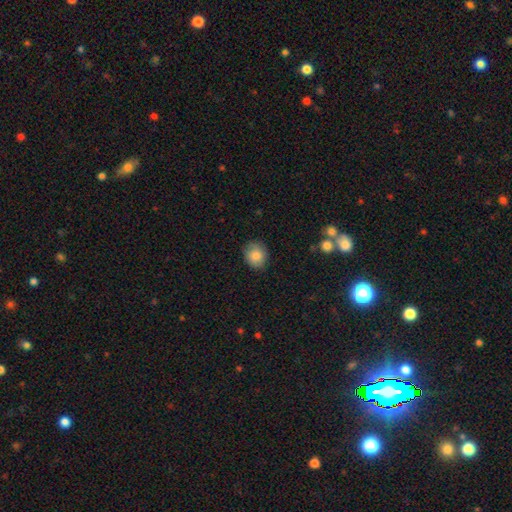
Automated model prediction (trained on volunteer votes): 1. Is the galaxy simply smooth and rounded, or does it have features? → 82% smooth, 10% featured or disk, 8% star or artifact.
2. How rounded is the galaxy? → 66% round, 33% in between, 1% cigar-shaped.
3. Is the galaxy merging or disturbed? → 82% none, 14% minor disturbance, 3% major disturbance, 1% merger.